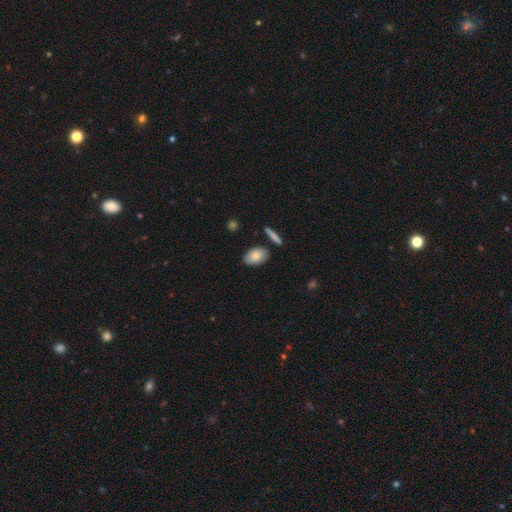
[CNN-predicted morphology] smooth 81%, featured or disk 13%, star or artifact 6%. Down the decision tree: how rounded — in between (90%); merging — none (79%).